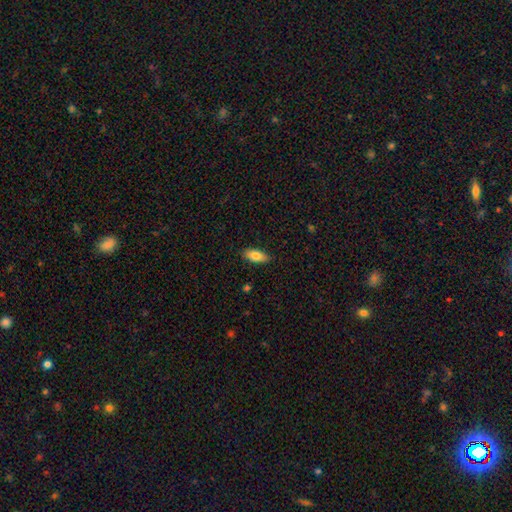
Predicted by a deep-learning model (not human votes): The model was most divided on "how rounded": in between: 81%, cigar-shaped: 16%, round: 2%. More confident: merging — none (87%); smooth or featured — smooth (80%).